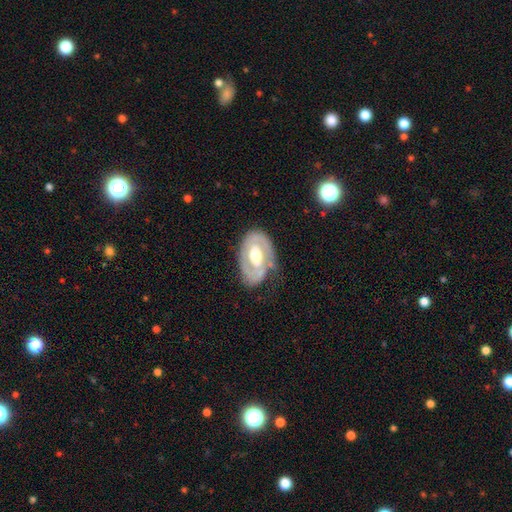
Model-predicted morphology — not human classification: Overall: featured or disk (78%). Edge-on disk: no (95%). Bar: no (42%; weak 38%). Spiral arms: yes (71%). Spiral arm count: 2 (65%). Spiral winding: tight (52%; medium 35%). Bulge size: moderate (70%). Merging: none (65%).